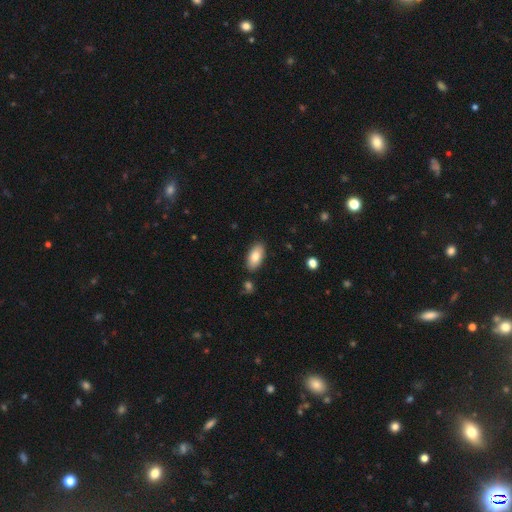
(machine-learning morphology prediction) Q: Smooth or featured?
A: smooth (83%); runner-up: featured or disk (11%)
Q: How rounded?
A: in between (92%); runner-up: cigar-shaped (5%)
Q: Merging?
A: none (85%); runner-up: minor disturbance (10%)